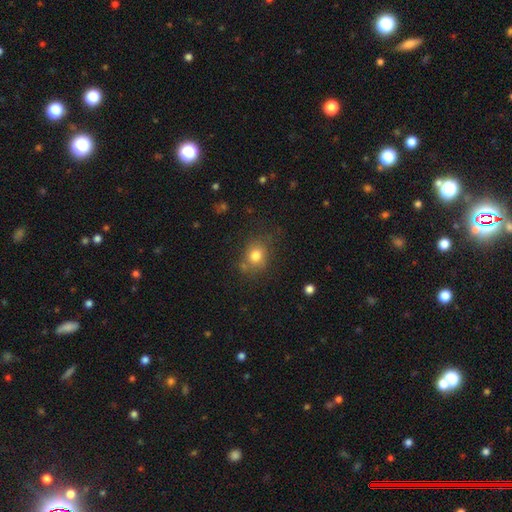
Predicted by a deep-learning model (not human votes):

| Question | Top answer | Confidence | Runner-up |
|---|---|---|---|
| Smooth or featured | smooth | 79% | star or artifact (12%) |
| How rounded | round | 64% | in between (35%) |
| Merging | none | 70% | minor disturbance (17%) |